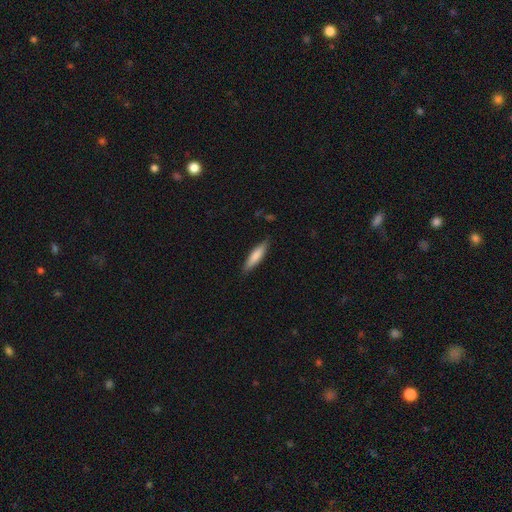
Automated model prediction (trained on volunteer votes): This appears to be a smooth galaxy with no disk features (79%) that is cigar-shaped (75%). Merging: none (86%).